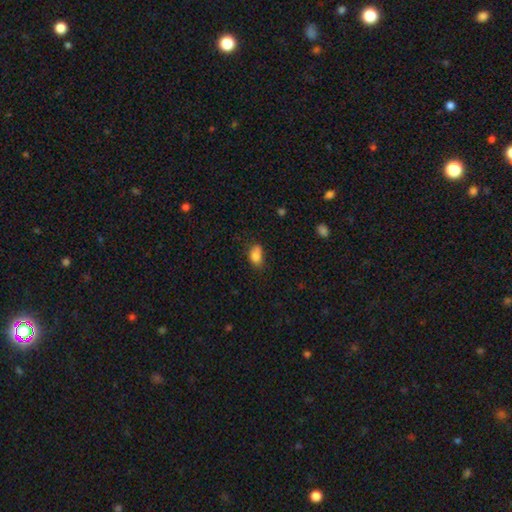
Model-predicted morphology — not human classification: Q: Smooth or featured?
A: smooth (81%); runner-up: star or artifact (10%)
Q: How rounded?
A: in between (79%); runner-up: round (19%)
Q: Merging?
A: none (47%); runner-up: minor disturbance (33%)